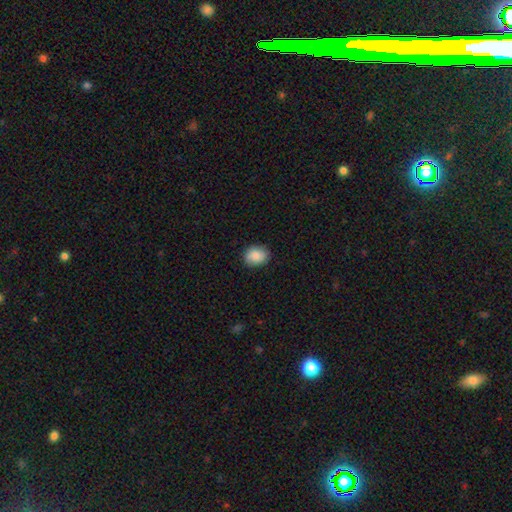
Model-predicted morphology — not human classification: This is clearly a smooth galaxy (87%). How rounded: possibly in between (51%). Merging: clearly none (86%).